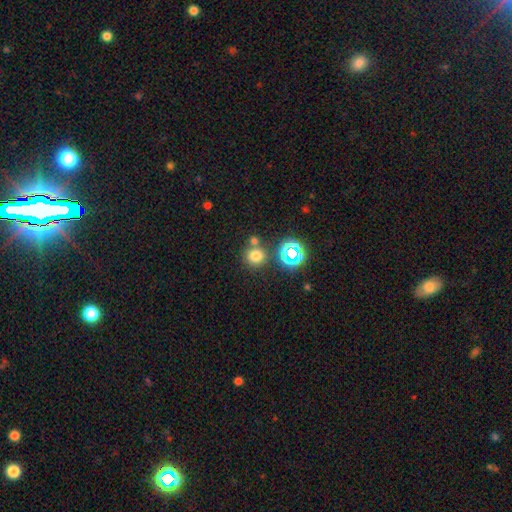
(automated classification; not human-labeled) A smooth galaxy with no disk features (71%) that is round (88%).

Vote fractions:
- Smooth or featured? smooth: 71% / star or artifact: 22% / featured or disk: 7%
- How rounded? round: 88% / in between: 11% / cigar-shaped: 1%
- Merging? none: 69% / merger: 19% / minor disturbance: 9% / major disturbance: 3%